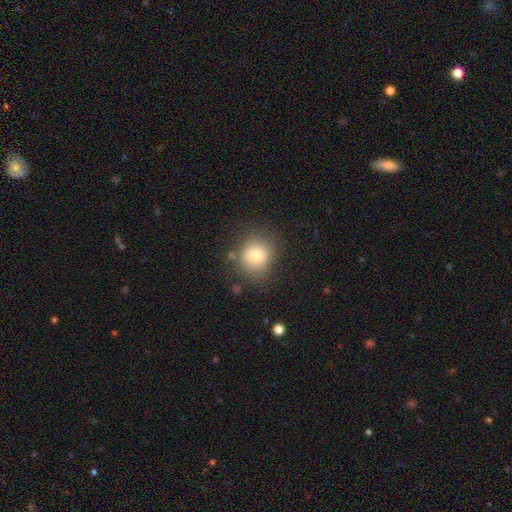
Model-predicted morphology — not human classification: smooth 78%, star or artifact 12%, featured or disk 10%. Down the decision tree: how rounded — round (81%); merging — none (77%).